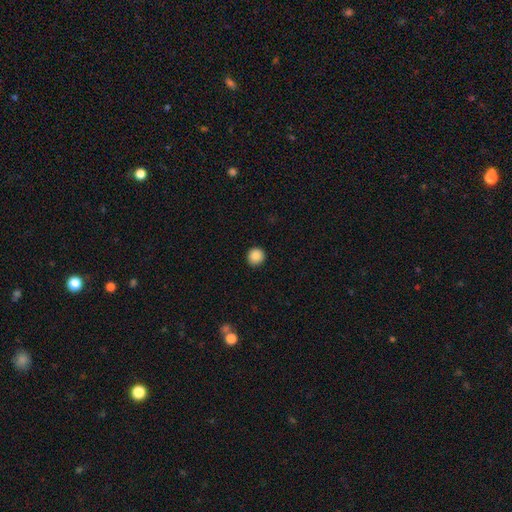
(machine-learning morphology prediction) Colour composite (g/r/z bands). It shows a smooth galaxy with no disk features (88%) that is round (94%). Merging: none (92%).